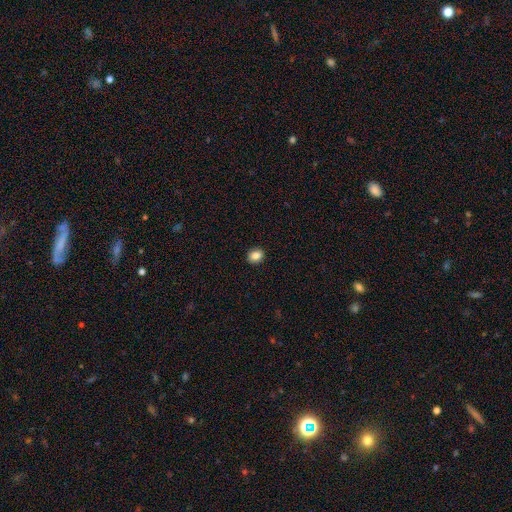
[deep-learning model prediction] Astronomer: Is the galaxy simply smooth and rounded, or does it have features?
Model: smooth — 86%.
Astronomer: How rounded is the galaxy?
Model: round — 54% (runner-up: in between, 45%).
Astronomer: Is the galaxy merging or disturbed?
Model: none — 91%.